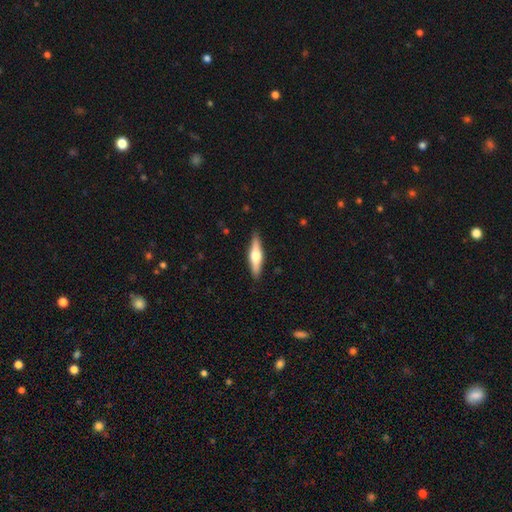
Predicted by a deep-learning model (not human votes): smooth_or_featured: featured or disk (p=0.56) [alt: smooth p=0.38]
disk_edge_on: yes (p=0.95) [alt: no p=0.05]
edge_on_bulge: rounded (p=0.94) [alt: boxy p=0.04]
merging: none (p=0.89) [alt: minor disturbance p=0.08]